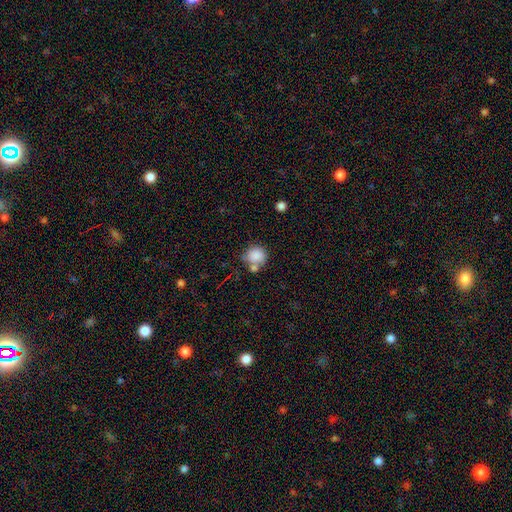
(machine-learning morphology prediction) type=smooth (84%); roundness=round (86%); merging=none (54%).